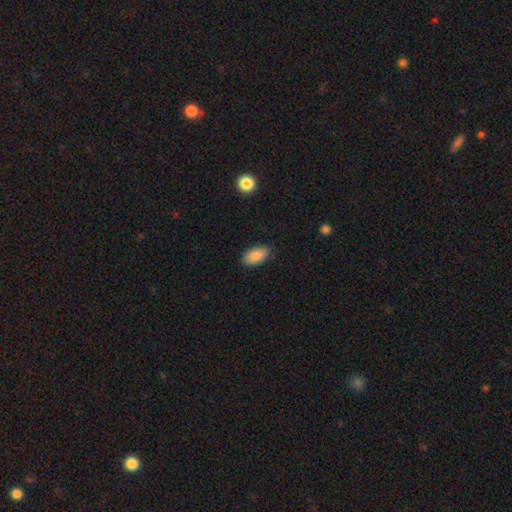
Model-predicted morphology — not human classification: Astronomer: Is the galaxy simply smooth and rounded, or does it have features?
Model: smooth — 89%.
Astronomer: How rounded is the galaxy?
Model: in between — 93%.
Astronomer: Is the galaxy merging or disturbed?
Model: none — 85%.